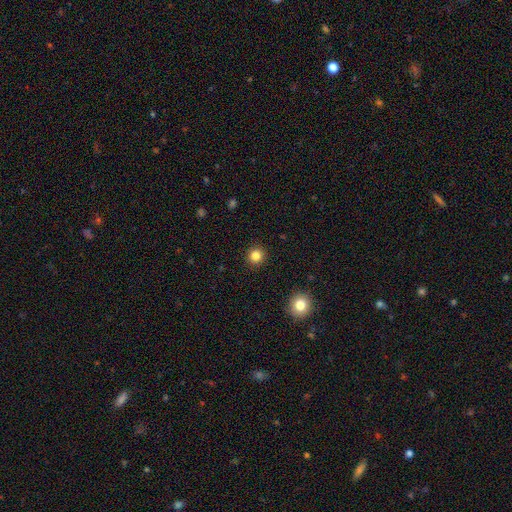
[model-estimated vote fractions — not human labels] Smooth or featured? Predicted: smooth (p=0.82). How rounded? Predicted: round (p=0.93). Merging? Predicted: none (p=0.92).